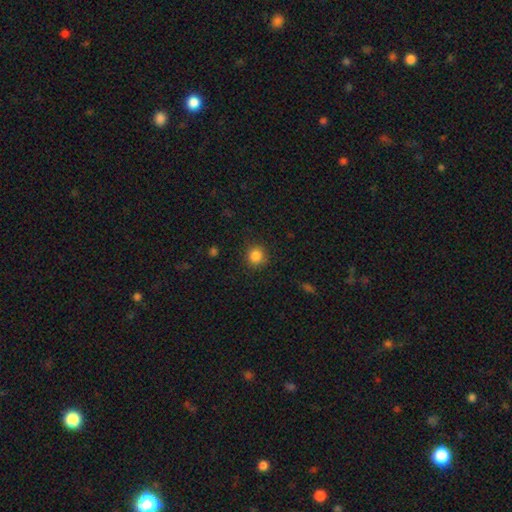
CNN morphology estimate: Smooth or featured? Predicted: smooth (p=0.85). How rounded? Predicted: round (p=0.93). Merging? Predicted: none (p=0.87).